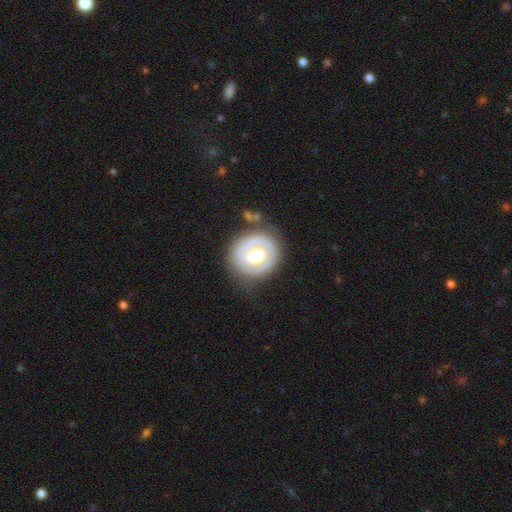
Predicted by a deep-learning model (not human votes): A featured or disk galaxy (53%) with no bar (73%), no spiral arms (81%) and a moderate central bulge (56%). Merging: none (76%).